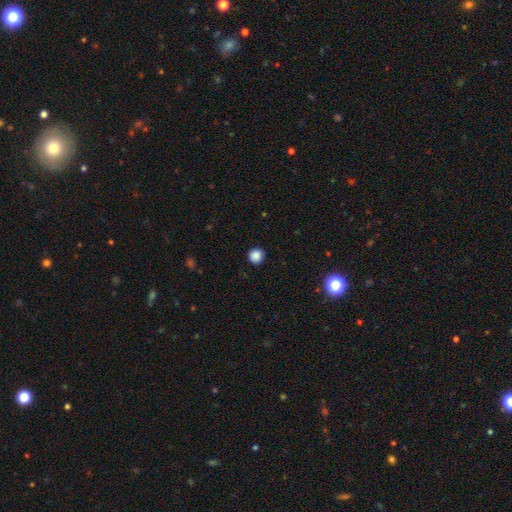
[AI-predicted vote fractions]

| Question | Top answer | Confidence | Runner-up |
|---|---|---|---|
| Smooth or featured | smooth | 87% | star or artifact (10%) |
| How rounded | round | 95% | in between (4%) |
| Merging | none | 92% | minor disturbance (5%) |